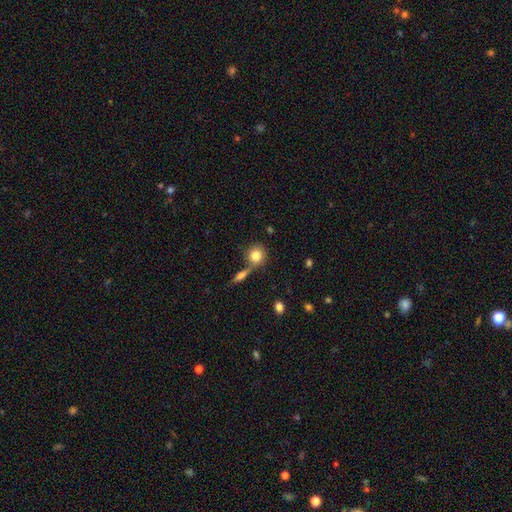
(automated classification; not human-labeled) Morphology: type=smooth (81%); roundness=round (86%); merging=none (63%).